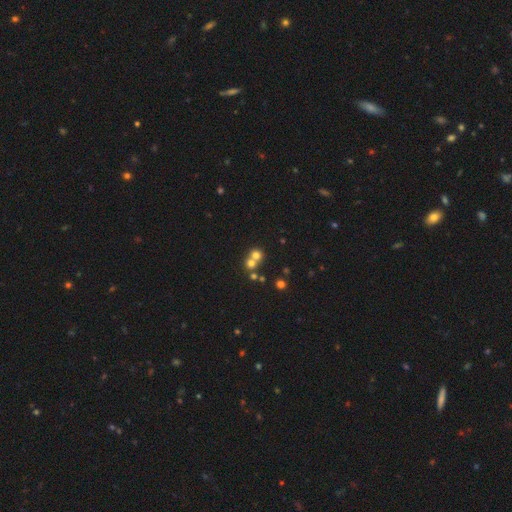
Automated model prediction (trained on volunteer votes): Morphology: type=smooth (67%); roundness=round (84%); merging=merger (53%).